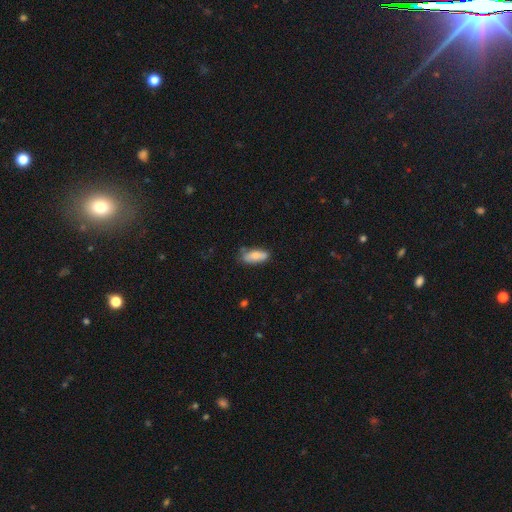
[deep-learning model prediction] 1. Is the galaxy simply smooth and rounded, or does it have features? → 81% smooth, 12% featured or disk, 6% star or artifact.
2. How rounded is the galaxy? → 74% in between, 24% cigar-shaped, 2% round.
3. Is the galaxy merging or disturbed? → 70% none, 22% minor disturbance, 4% major disturbance, 4% merger.